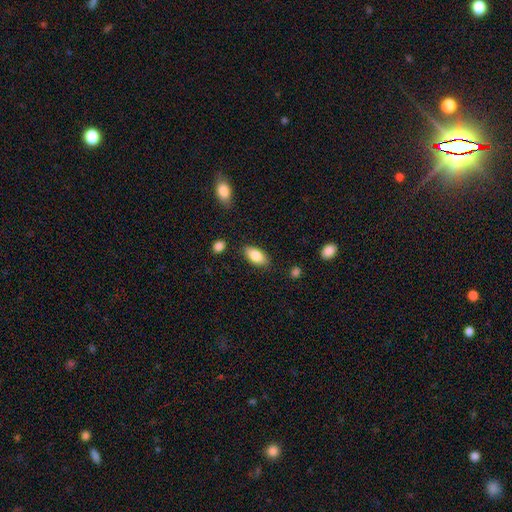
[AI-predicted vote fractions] Q: Smooth or featured?
A: smooth (84%); runner-up: featured or disk (10%)
Q: How rounded?
A: in between (91%); runner-up: cigar-shaped (6%)
Q: Merging?
A: none (84%); runner-up: minor disturbance (11%)